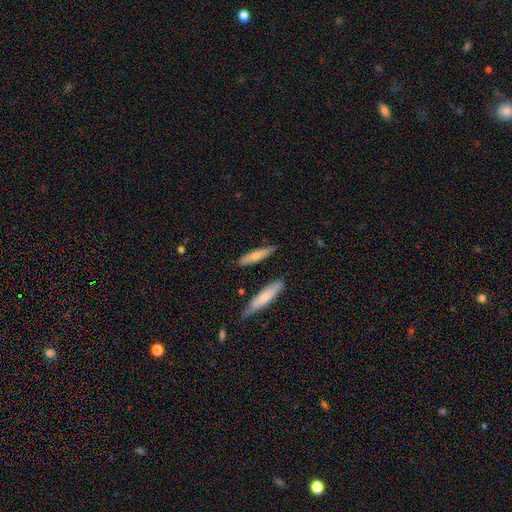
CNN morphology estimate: Smooth or featured?
  - smooth: 65% *
  - featured or disk: 29%
  - star or artifact: 6%
How rounded?
  - cigar-shaped: 78% *
  - in between: 21%
  - round: 2%
Merging?
  - none: 80% *
  - minor disturbance: 13%
  - merger: 4%
  - major disturbance: 2%